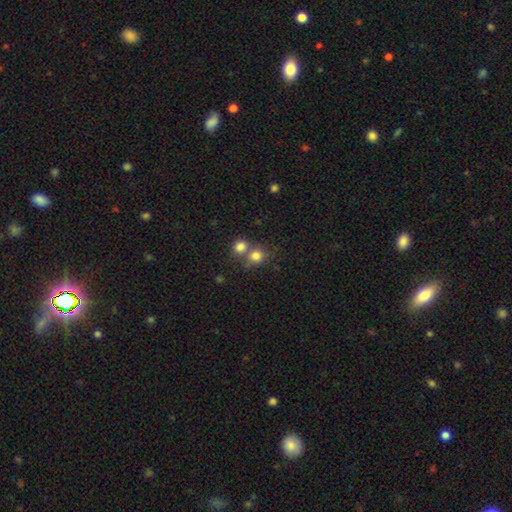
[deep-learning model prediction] A smooth galaxy with no disk features (79%) that is round (84%).

Vote fractions:
- Smooth or featured? smooth: 79% / star or artifact: 12% / featured or disk: 8%
- How rounded? round: 84% / in between: 15% / cigar-shaped: 1%
- Merging? none: 49% / merger: 42% / minor disturbance: 7% / major disturbance: 3%